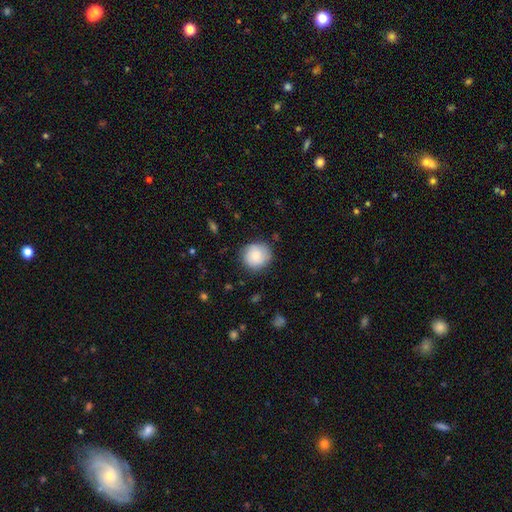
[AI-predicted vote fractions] Smooth or featured? Predicted: smooth (p=0.82). How rounded? Predicted: round (p=0.91). Merging? Predicted: none (p=0.84).